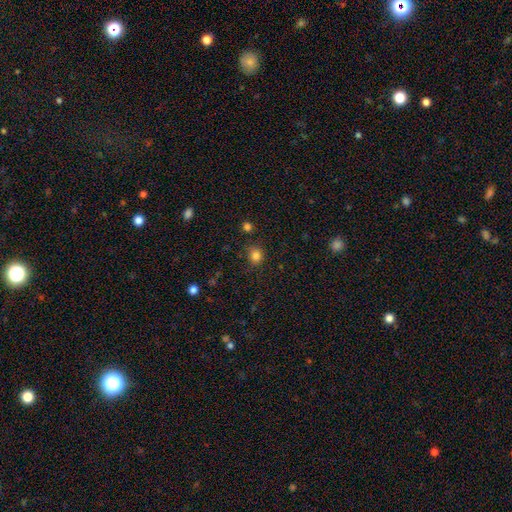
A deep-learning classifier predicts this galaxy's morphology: smooth_or_featured: smooth (p=0.82) [alt: star or artifact p=0.13]
how_rounded: round (p=0.79) [alt: in between p=0.20]
merging: none (p=0.82) [alt: minor disturbance p=0.12]